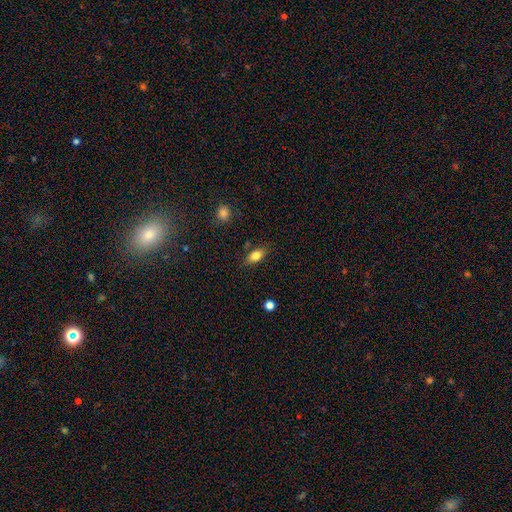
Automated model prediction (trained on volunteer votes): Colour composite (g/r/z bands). It shows a smooth galaxy with no disk features (82%) that is in between round and cigar-shaped (86%). Merging: none (80%).